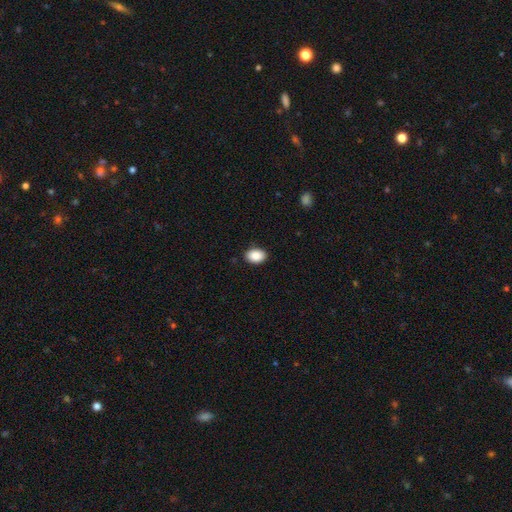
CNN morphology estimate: This appears to be a smooth galaxy with no disk features (89%) that is in between round and cigar-shaped (81%). Merging: none (88%).